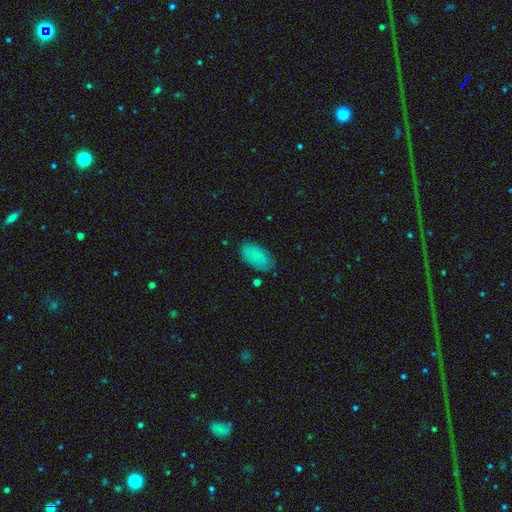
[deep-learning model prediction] A smooth galaxy with no disk features (80%) that is in between round and cigar-shaped (93%).

Vote fractions:
- Smooth or featured? smooth: 80% / featured or disk: 12% / star or artifact: 8%
- How rounded? in between: 93% / round: 4% / cigar-shaped: 3%
- Merging? none: 79% / minor disturbance: 16% / major disturbance: 4% / merger: 2%